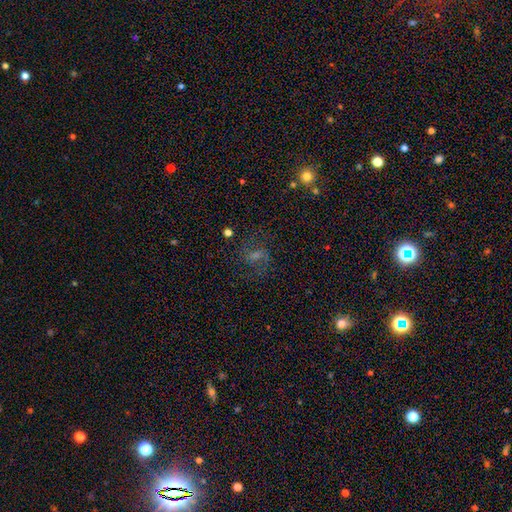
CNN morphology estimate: A featured or disk galaxy (47%). Merging: none (66%).